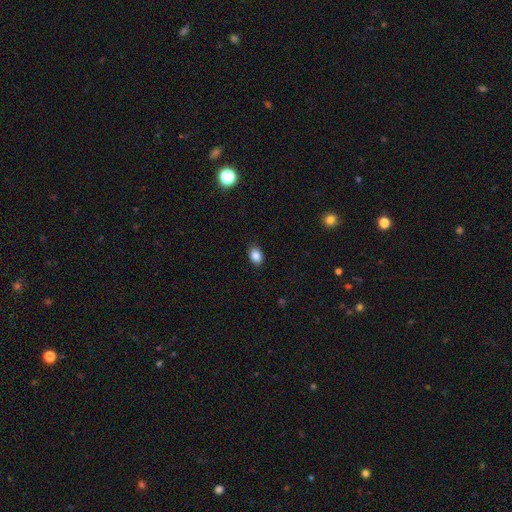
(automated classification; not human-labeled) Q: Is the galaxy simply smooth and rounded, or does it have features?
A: smooth — 86%.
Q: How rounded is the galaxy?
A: in between — 74%.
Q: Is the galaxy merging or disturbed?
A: none — 88%.